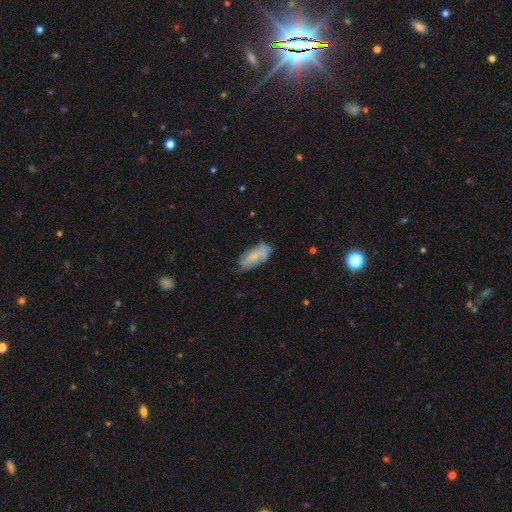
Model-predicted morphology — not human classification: A smooth galaxy with no disk features (60%) that is in between round and cigar-shaped (86%). Merging: none (56%).